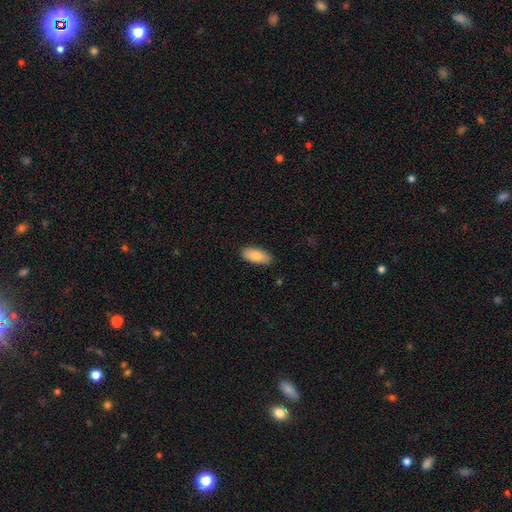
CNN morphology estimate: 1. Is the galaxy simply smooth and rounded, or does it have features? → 84% smooth, 10% featured or disk, 6% star or artifact.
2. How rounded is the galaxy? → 89% in between, 9% cigar-shaped, 2% round.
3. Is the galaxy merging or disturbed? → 88% none, 10% minor disturbance, 2% major disturbance, 1% merger.